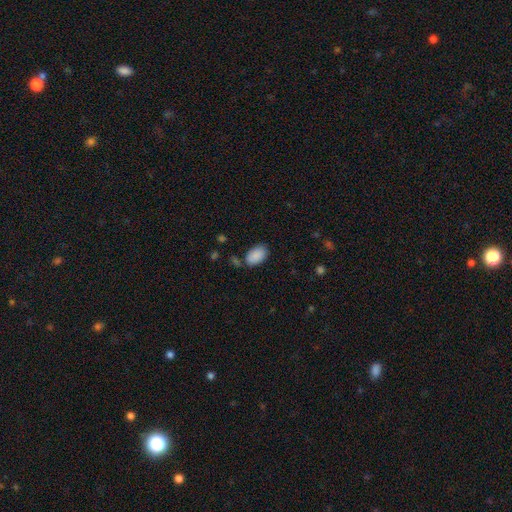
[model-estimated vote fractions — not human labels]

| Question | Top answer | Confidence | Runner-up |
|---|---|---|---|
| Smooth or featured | smooth | 89% | star or artifact (7%) |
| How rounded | in between | 93% | round (6%) |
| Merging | none | 72% | minor disturbance (17%) |